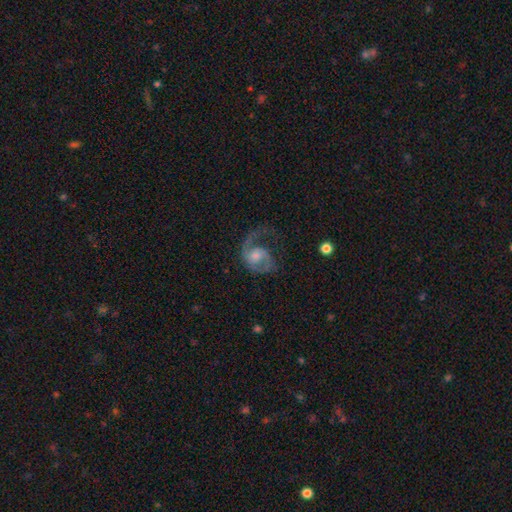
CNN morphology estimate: Q: Smooth or featured?
A: featured or disk (82%); runner-up: smooth (12%)
Q: Edge-on disk?
A: no (98%); runner-up: yes (2%)
Q: Bar?
A: no (61%); runner-up: weak (34%)
Q: Spiral arms?
A: yes (94%); runner-up: no (6%)
Q: Spiral winding?
A: medium (48%); runner-up: loose (33%)
Q: Spiral arm count?
A: 2 (54%); runner-up: 1 (39%)
Q: Bulge size?
A: moderate (45%); runner-up: small (36%)
Q: Merging?
A: none (46%); runner-up: major disturbance (33%)